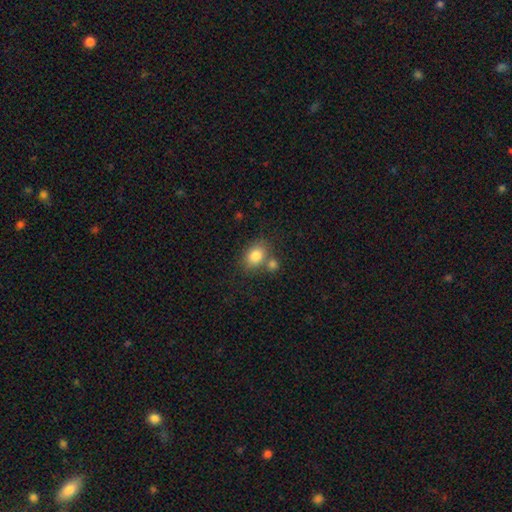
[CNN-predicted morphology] Smooth or featured? smooth (81%)
How rounded? in between (66%)
Merging? none (58%)